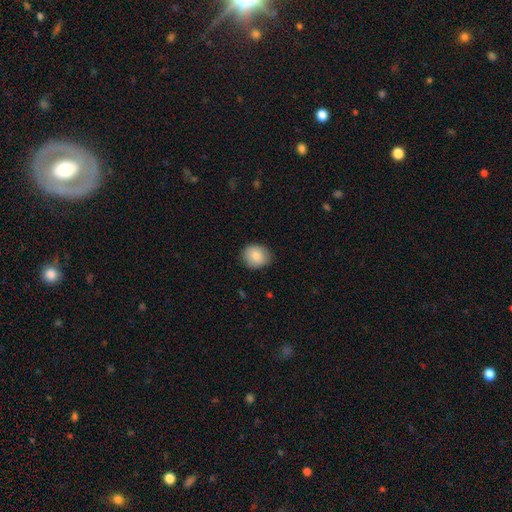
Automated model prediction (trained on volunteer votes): smooth-or-featured: smooth: 84% | featured or disk: 8% | star or artifact: 7%
  how-rounded: round: 70% | in between: 29% | cigar-shaped: 1%
  merging: none: 85% | minor disturbance: 12% | major disturbance: 2% | merger: 1%